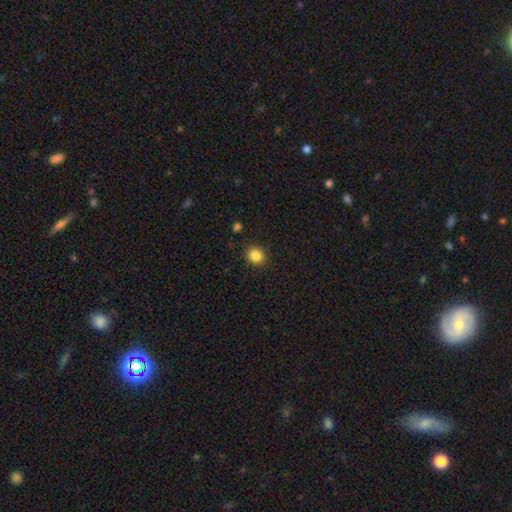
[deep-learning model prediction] Smooth or featured?
  - smooth: 85% *
  - star or artifact: 11%
  - featured or disk: 5%
How rounded?
  - round: 78% *
  - in between: 21%
  - cigar-shaped: 1%
Merging?
  - none: 89% *
  - minor disturbance: 7%
  - major disturbance: 2%
  - merger: 1%